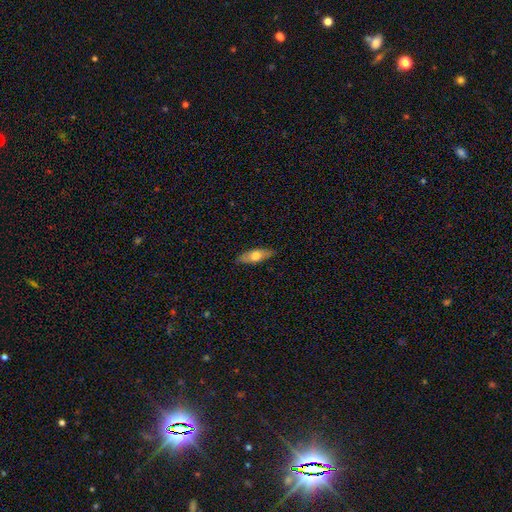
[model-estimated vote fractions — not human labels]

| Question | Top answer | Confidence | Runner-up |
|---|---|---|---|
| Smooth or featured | smooth | 60% | featured or disk (34%) |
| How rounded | in between | 61% | cigar-shaped (36%) |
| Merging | none | 87% | minor disturbance (10%) |